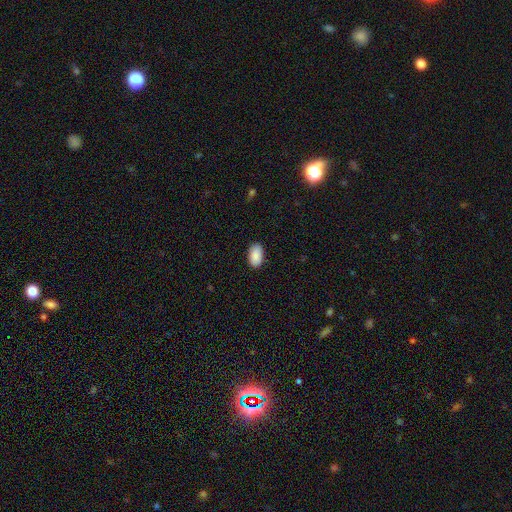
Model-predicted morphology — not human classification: Smooth or featured? Predicted: smooth (p=0.90). How rounded? Predicted: in between (p=0.94). Merging? Predicted: none (p=0.87).